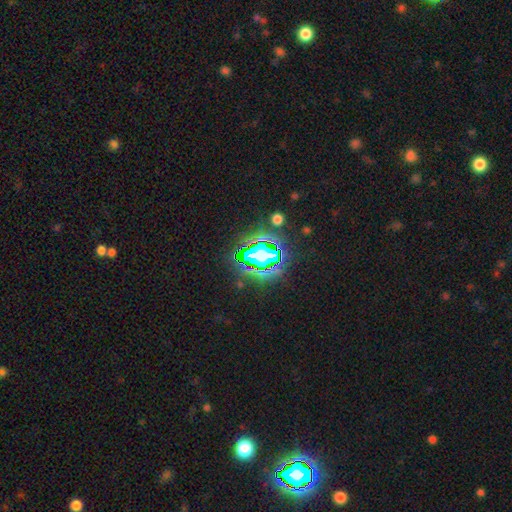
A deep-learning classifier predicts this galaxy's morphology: Smooth or featured? star or artifact (79%)